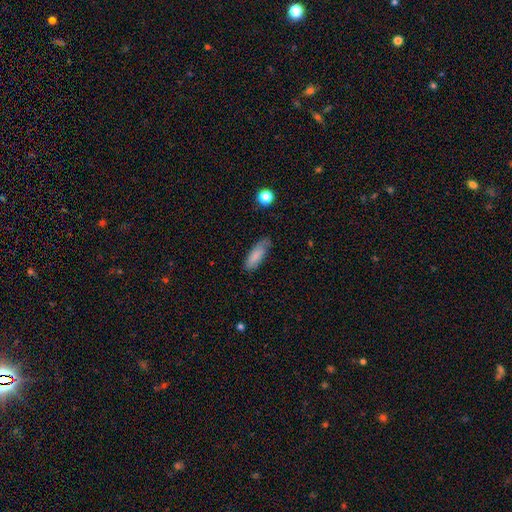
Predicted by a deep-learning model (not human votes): Overall: smooth (84%). How rounded: in between (58%; cigar-shaped 40%). Merging: none (71%).